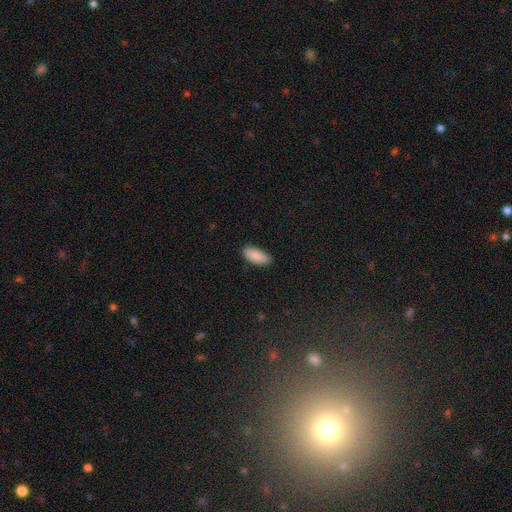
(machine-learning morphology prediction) This appears to be a smooth galaxy with no disk features (88%) that is in between round and cigar-shaped (89%). Merging: none (85%).